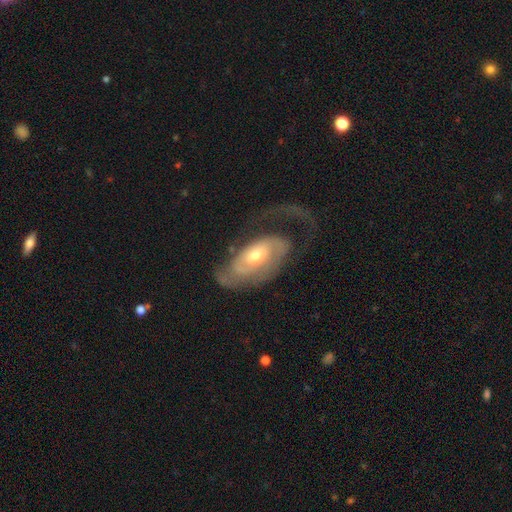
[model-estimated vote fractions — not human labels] Smooth or featured: featured or disk — 77% (smooth — 18%)
Edge-on disk: no — 93% (yes — 7%)
Bar: no — 62% (weak — 29%)
Spiral arms: yes — 86% (no — 14%)
Spiral winding: tight — 37% (medium — 36%)
Spiral arm count: 2 — 38% (1 — 35%)
Bulge size: moderate — 57% (small — 36%)
Merging: major disturbance — 41% (none — 40%)